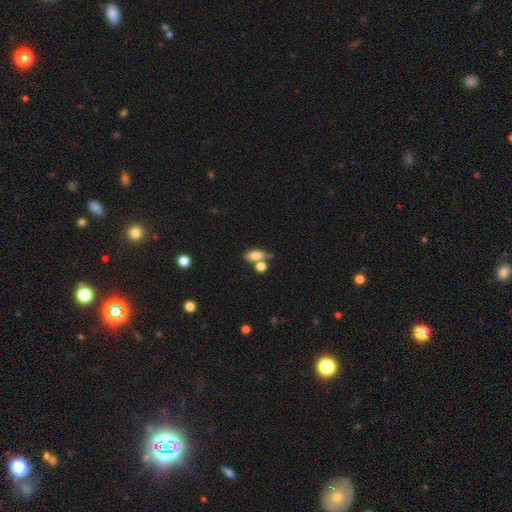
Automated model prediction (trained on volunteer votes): Smooth or featured? smooth (78%)
How rounded? in between (82%)
Merging? none (52%)